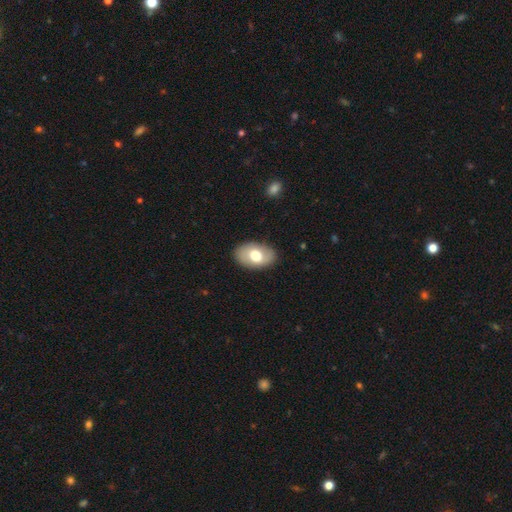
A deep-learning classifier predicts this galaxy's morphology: Q: Smooth or featured?
A: smooth (66%); runner-up: featured or disk (28%)
Q: How rounded?
A: in between (90%); runner-up: round (9%)
Q: Merging?
A: none (87%); runner-up: minor disturbance (10%)